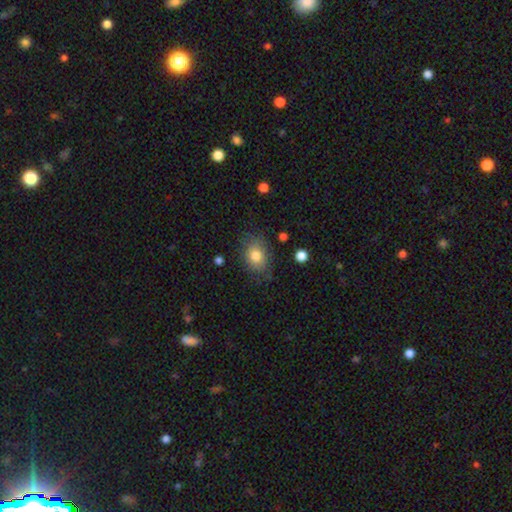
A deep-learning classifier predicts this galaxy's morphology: Q: Smooth or featured?
A: smooth (80%); runner-up: featured or disk (11%)
Q: How rounded?
A: in between (58%); runner-up: round (41%)
Q: Merging?
A: none (73%); runner-up: minor disturbance (20%)